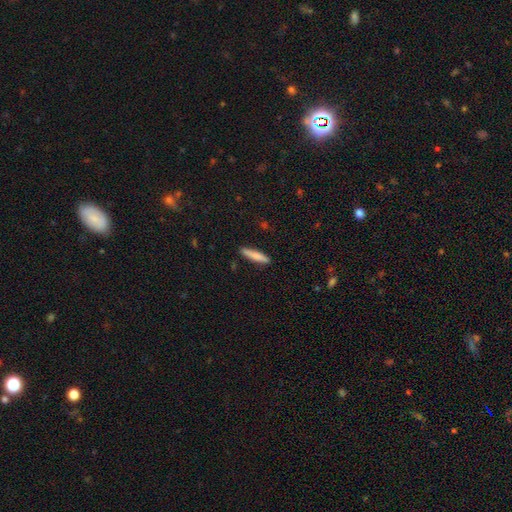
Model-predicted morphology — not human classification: A smooth galaxy with no disk features (80%) that is cigar-shaped (88%).

Vote fractions:
- Smooth or featured? smooth: 80% / featured or disk: 14% / star or artifact: 6%
- How rounded? cigar-shaped: 88% / in between: 11% / round: 1%
- Merging? none: 88% / minor disturbance: 9% / major disturbance: 2% / merger: 1%